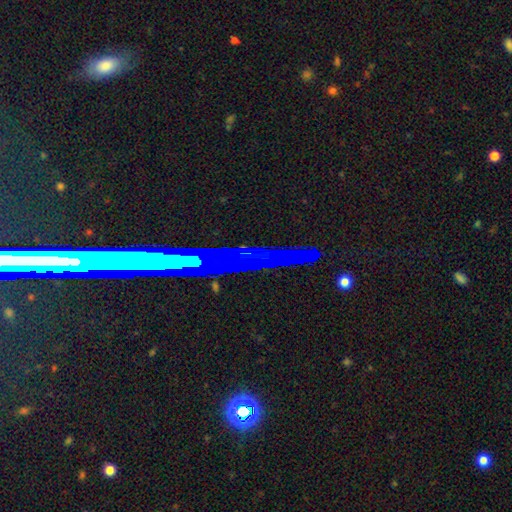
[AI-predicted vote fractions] The model was most divided on "smooth or featured": star or artifact: 50%, featured or disk: 30%, smooth: 21%.